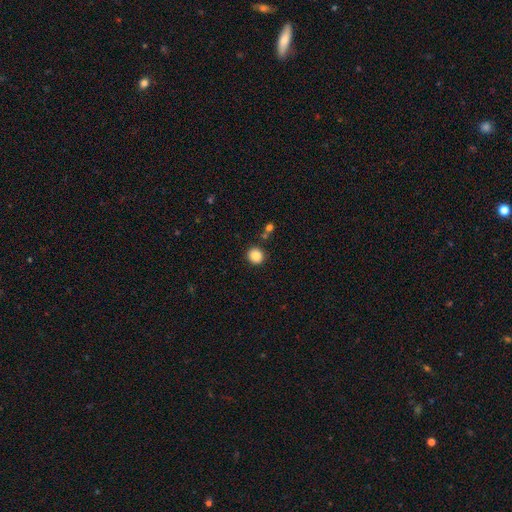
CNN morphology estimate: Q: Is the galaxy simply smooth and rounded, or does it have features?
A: smooth — 87%.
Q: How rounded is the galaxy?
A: round — 88%.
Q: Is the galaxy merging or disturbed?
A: none — 87%.